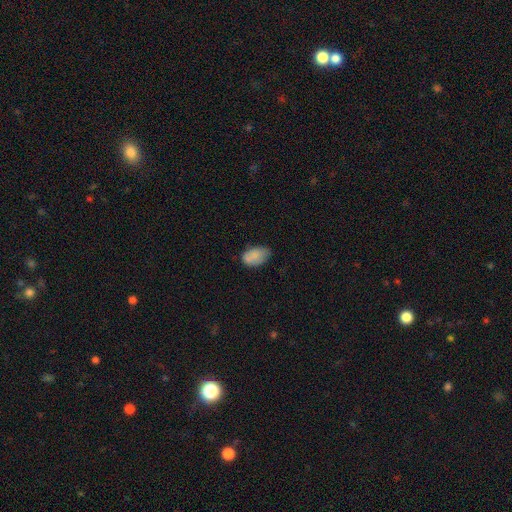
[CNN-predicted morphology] A smooth galaxy with no disk features (84%) that is in between round and cigar-shaped (91%). Merging: none (65%).